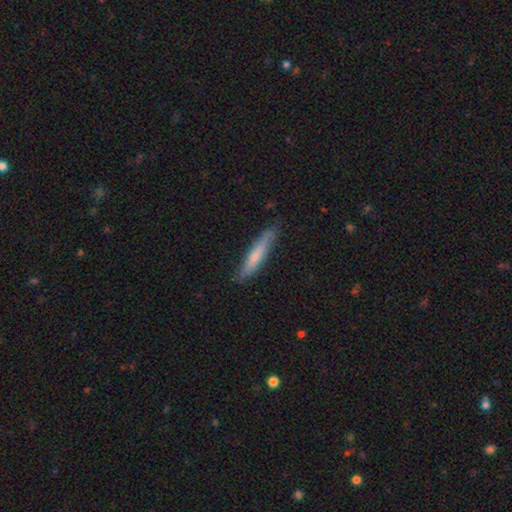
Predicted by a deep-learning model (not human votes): This appears to be a smooth galaxy with no disk features (66%) that is cigar-shaped (92%). Merging: none (81%).